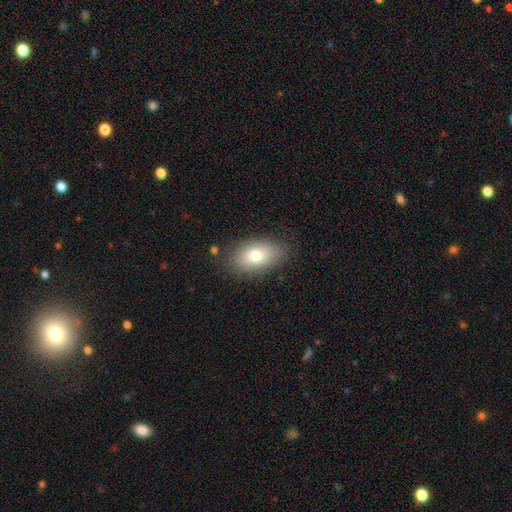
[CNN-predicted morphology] Smooth or featured? smooth (76%)
How rounded? in between (90%)
Merging? none (82%)